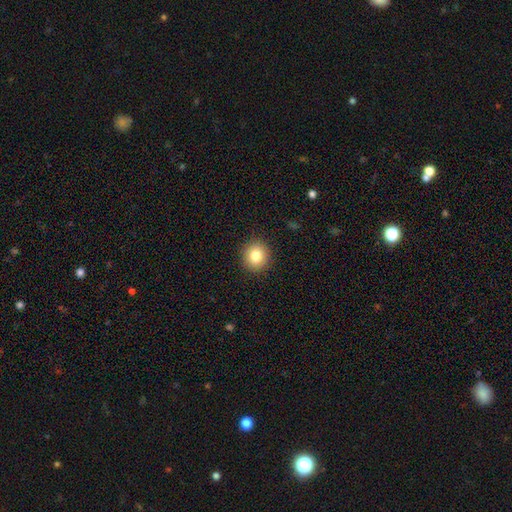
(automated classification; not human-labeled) A smooth galaxy with no disk features (82%) that is round (89%).

Vote fractions:
- Smooth or featured? smooth: 82% / star or artifact: 10% / featured or disk: 8%
- How rounded? round: 89% / in between: 10% / cigar-shaped: 1%
- Merging? none: 91% / minor disturbance: 6% / major disturbance: 2% / merger: 1%